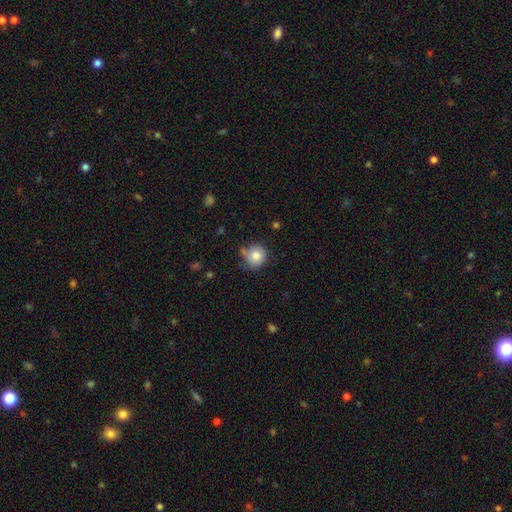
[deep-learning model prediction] Smooth or featured?
  - smooth: 82% *
  - star or artifact: 9%
  - featured or disk: 9%
How rounded?
  - round: 87% *
  - in between: 12%
  - cigar-shaped: 1%
Merging?
  - none: 62% *
  - minor disturbance: 25%
  - major disturbance: 6%
  - merger: 6%